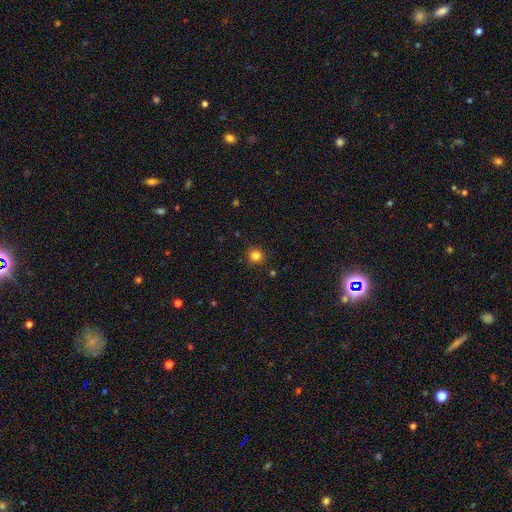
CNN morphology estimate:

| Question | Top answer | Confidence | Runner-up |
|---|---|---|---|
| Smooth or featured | smooth | 82% | star or artifact (13%) |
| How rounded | round | 95% | in between (4%) |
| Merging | none | 91% | minor disturbance (6%) |